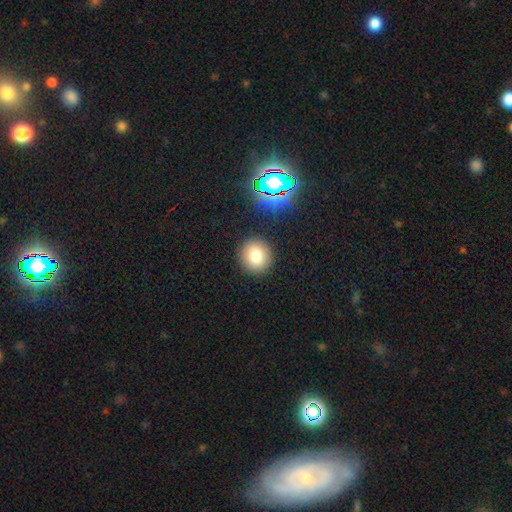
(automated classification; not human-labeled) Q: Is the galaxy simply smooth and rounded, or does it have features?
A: smooth — 78%.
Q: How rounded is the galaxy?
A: round — 85%.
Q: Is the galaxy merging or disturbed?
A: none — 89%.